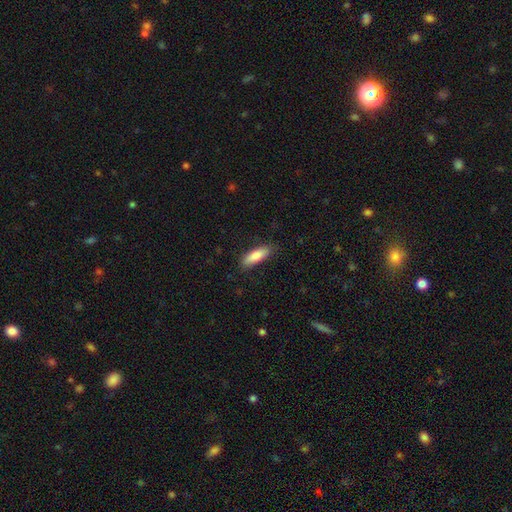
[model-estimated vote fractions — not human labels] smooth-or-featured: smooth: 84% | featured or disk: 10% | star or artifact: 6%
  how-rounded: in between: 54% | cigar-shaped: 45% | round: 2%
  merging: none: 82% | minor disturbance: 14% | major disturbance: 3% | merger: 1%